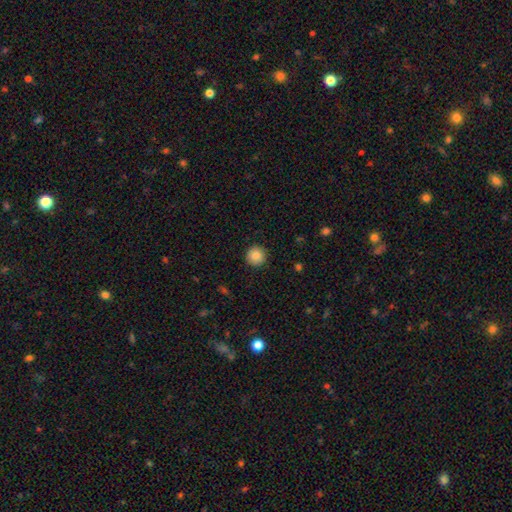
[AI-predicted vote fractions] Overall: smooth (87%). How rounded: round (95%). Merging: none (92%).